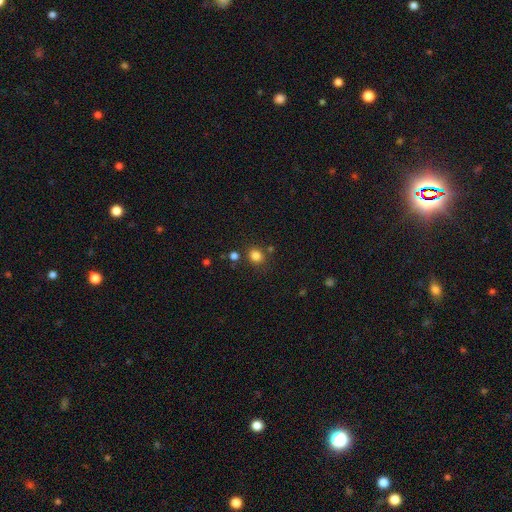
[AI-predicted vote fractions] Morphology: type=smooth (82%); roundness=round (65%); merging=none (79%).